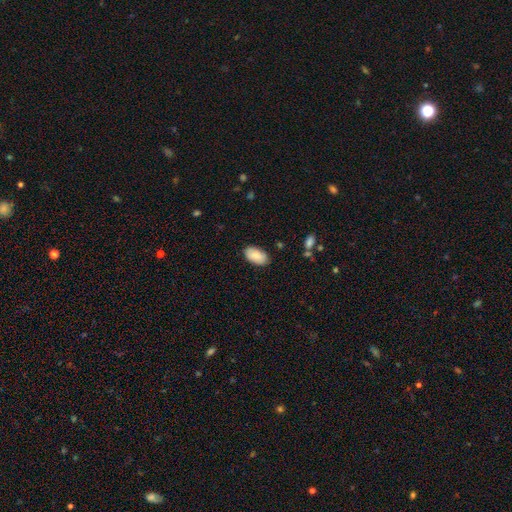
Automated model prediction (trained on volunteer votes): smooth-or-featured: smooth: 85% | featured or disk: 9% | star or artifact: 6%
  how-rounded: in between: 95% | round: 3% | cigar-shaped: 2%
  merging: none: 85% | minor disturbance: 12% | major disturbance: 2% | merger: 1%